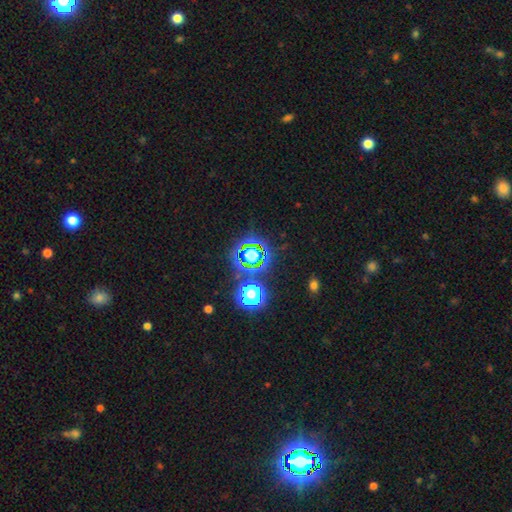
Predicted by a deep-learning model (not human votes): Overall: star or artifact (70%).